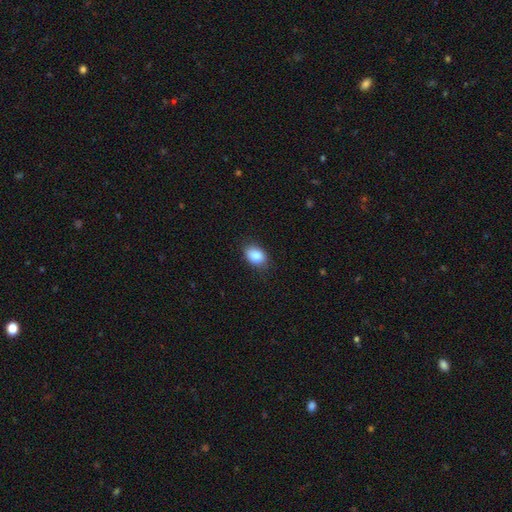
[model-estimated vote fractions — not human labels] Morphology: type=smooth (87%); roundness=in between (82%); merging=none (84%).